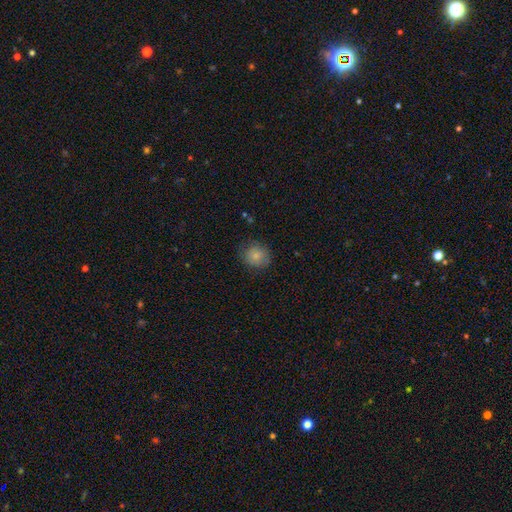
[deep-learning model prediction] A smooth galaxy with no disk features (82%) that is round (84%). Merging: none (80%).